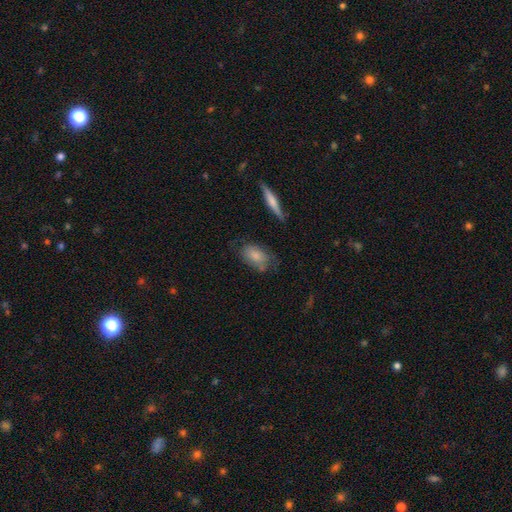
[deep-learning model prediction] Smooth or featured: smooth — 78% (featured or disk — 15%)
How rounded: in between — 88% (round — 8%)
Merging: none — 60% (minor disturbance — 26%)